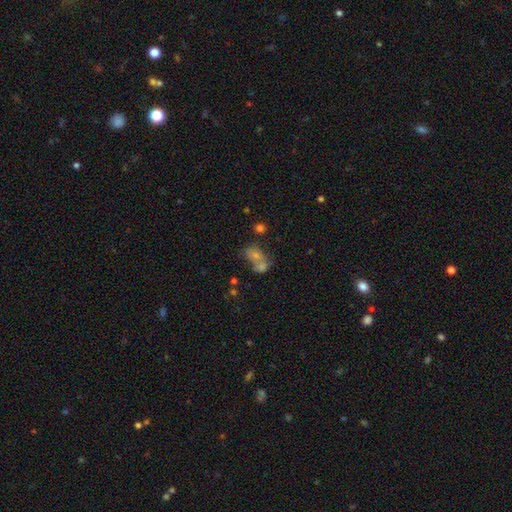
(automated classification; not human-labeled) smooth 52%, star or artifact 26%, featured or disk 22%. Down the decision tree: how rounded — in between (50%); merging — merger (49%).